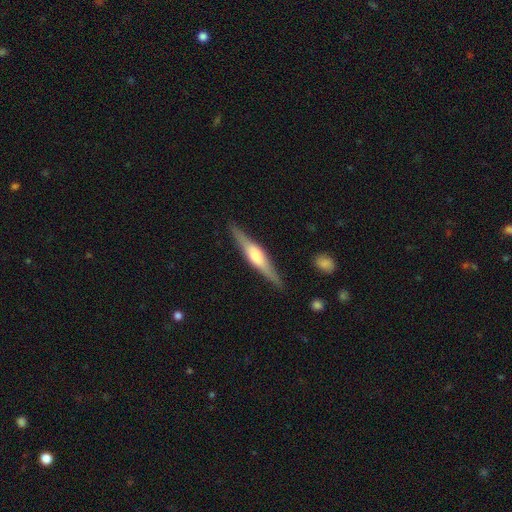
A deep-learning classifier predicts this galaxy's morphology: This appears to be a featured or disk galaxy (66%) viewed edge-on (96%) with a rounded central bulge (72%). Merging: none (88%).